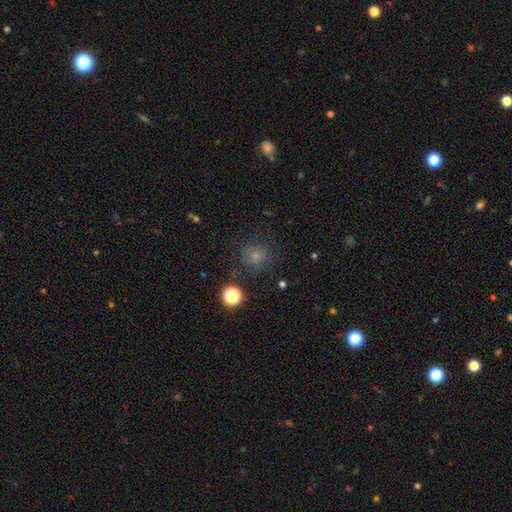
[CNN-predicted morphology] Overall: smooth (74%). How rounded: round (89%). Merging: none (79%).